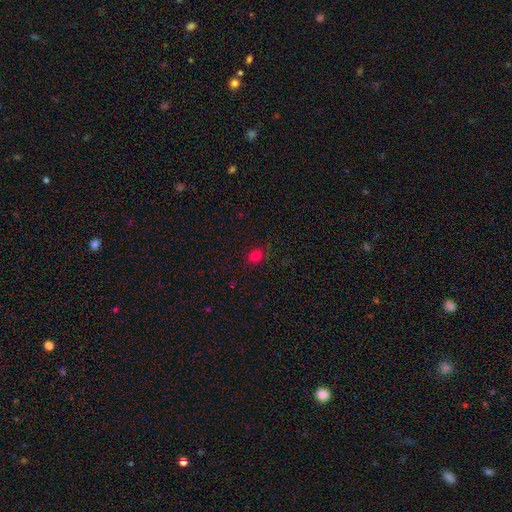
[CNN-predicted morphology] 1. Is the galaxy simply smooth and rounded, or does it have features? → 79% smooth, 17% star or artifact, 5% featured or disk.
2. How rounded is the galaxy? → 53% round, 45% in between, 1% cigar-shaped.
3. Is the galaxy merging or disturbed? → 85% none, 11% minor disturbance, 3% major disturbance, 1% merger.